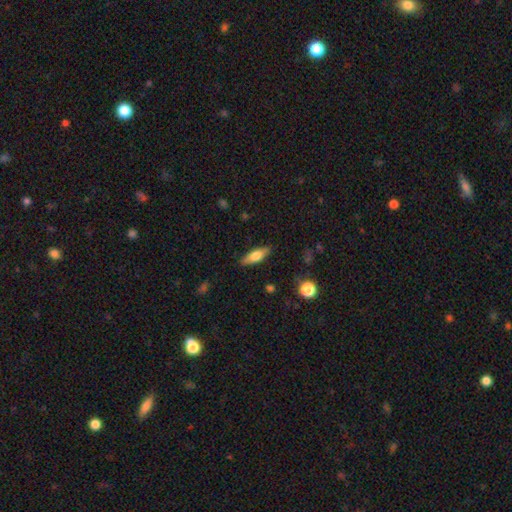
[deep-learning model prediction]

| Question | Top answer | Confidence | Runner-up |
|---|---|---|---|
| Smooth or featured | smooth | 68% | featured or disk (25%) |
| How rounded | in between | 55% | cigar-shaped (43%) |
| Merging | none | 86% | minor disturbance (10%) |